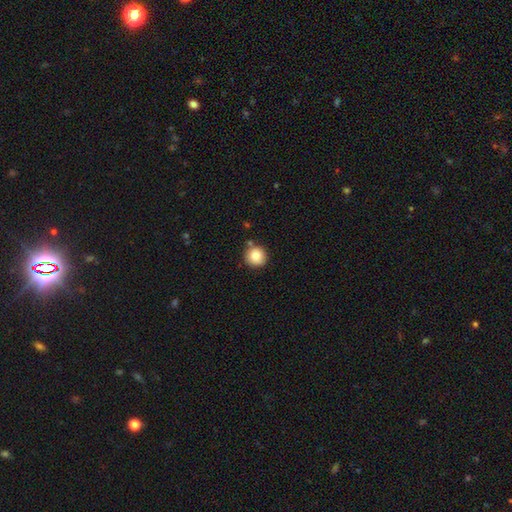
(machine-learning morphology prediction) Q: Smooth or featured?
A: smooth (86%); runner-up: star or artifact (9%)
Q: How rounded?
A: round (93%); runner-up: in between (7%)
Q: Merging?
A: none (80%); runner-up: minor disturbance (12%)